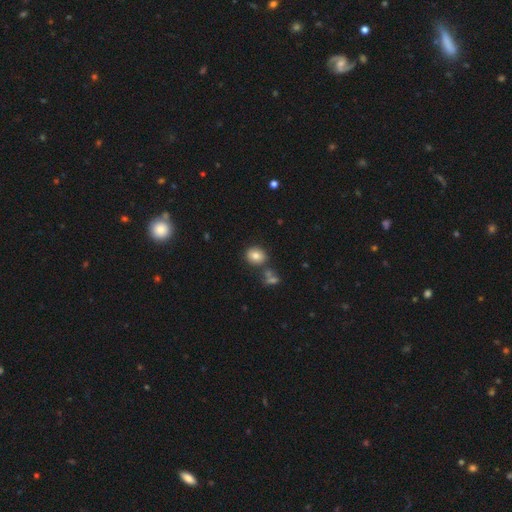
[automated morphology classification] Smooth or featured? smooth (80%)
How rounded? round (64%)
Merging? none (73%)